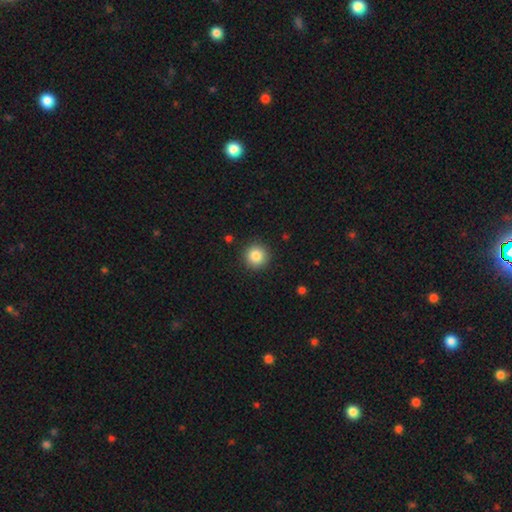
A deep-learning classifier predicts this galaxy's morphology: Smooth or featured: smooth — 86% (star or artifact — 9%)
How rounded: round — 95% (in between — 4%)
Merging: none — 91% (minor disturbance — 6%)